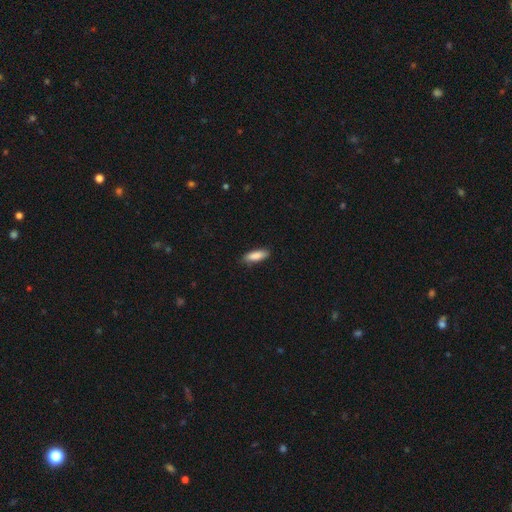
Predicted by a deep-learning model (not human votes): Morphology: type=smooth (87%); roundness=in between (63%); merging=none (80%).